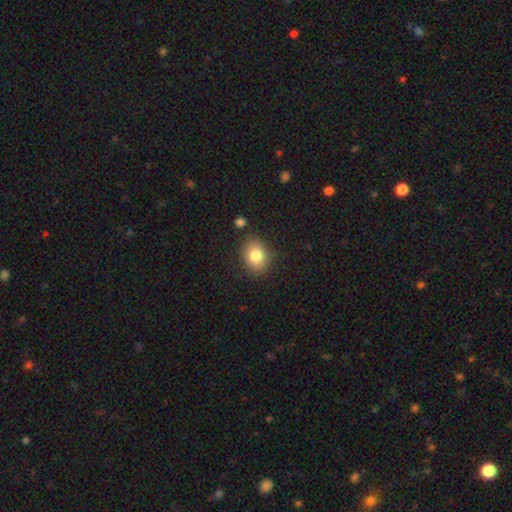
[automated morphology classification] Smooth or featured?
  - smooth: 82% *
  - star or artifact: 10%
  - featured or disk: 9%
How rounded?
  - in between: 54% *
  - round: 45%
  - cigar-shaped: 1%
Merging?
  - none: 83% *
  - minor disturbance: 11%
  - major disturbance: 3%
  - merger: 3%